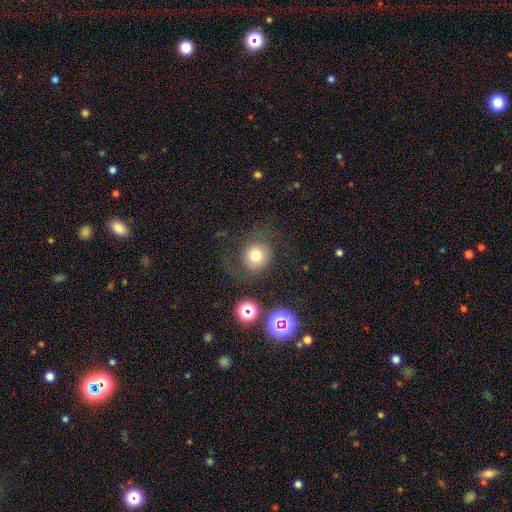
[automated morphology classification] smooth_or_featured: smooth (p=0.75) [alt: star or artifact p=0.14]
how_rounded: round (p=0.86) [alt: in between p=0.13]
merging: none (p=0.70) [alt: minor disturbance p=0.15]